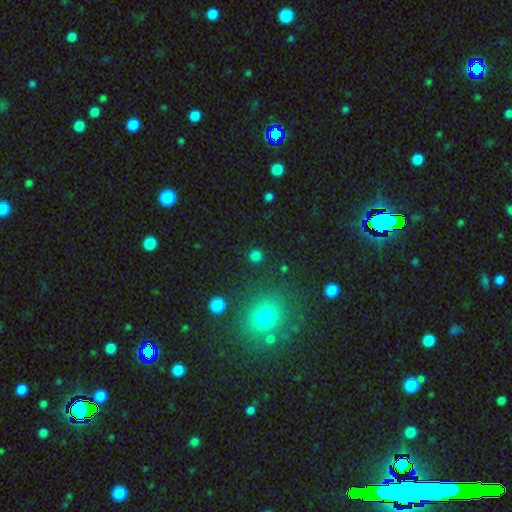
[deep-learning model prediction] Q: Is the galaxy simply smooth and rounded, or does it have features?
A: smooth — 78%.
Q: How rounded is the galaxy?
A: round — 90%.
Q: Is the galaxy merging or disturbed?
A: none — 89%.